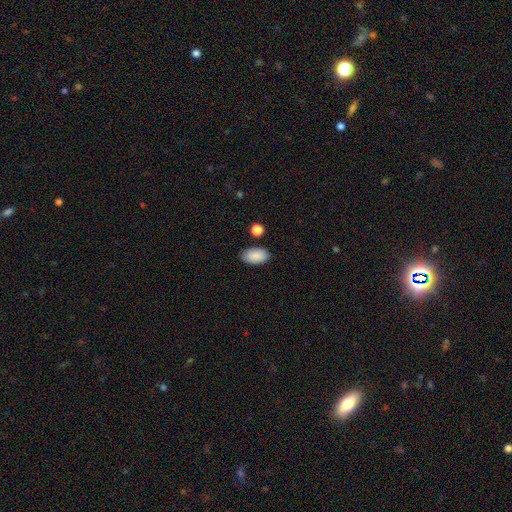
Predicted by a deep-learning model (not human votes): Overall: smooth (89%). How rounded: in between (95%). Merging: none (84%).